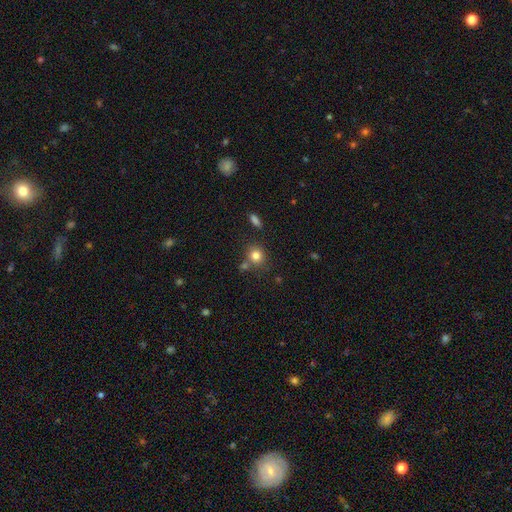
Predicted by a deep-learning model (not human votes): Morphology: type=smooth (80%); roundness=round (83%); merging=none (72%).